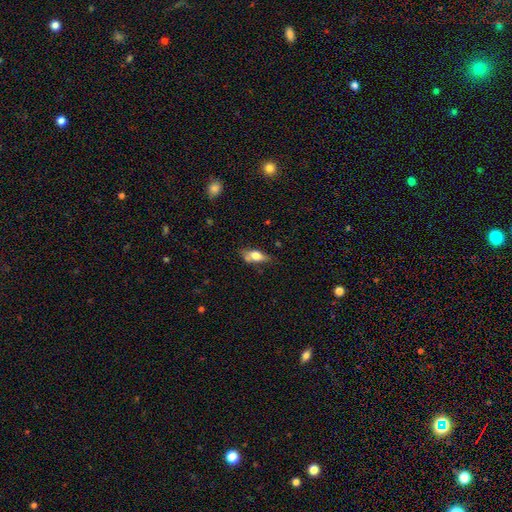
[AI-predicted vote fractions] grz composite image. It shows a smooth galaxy with no disk features (69%) that is in between round and cigar-shaped (78%). Merging: none (53%).